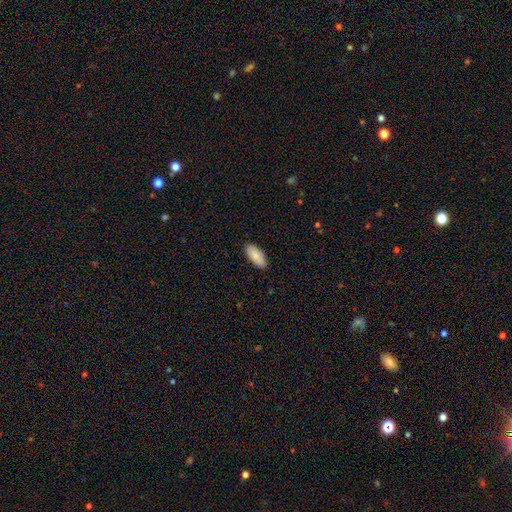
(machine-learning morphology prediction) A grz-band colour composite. It shows a smooth galaxy with no disk features (86%) that is in between round and cigar-shaped (90%). Merging: none (88%).